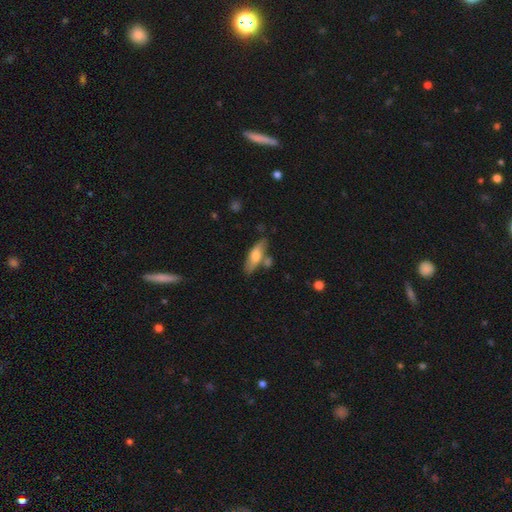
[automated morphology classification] smooth 61%, featured or disk 33%, star or artifact 6%. Down the decision tree: how rounded — in between (49%); merging — none (66%).